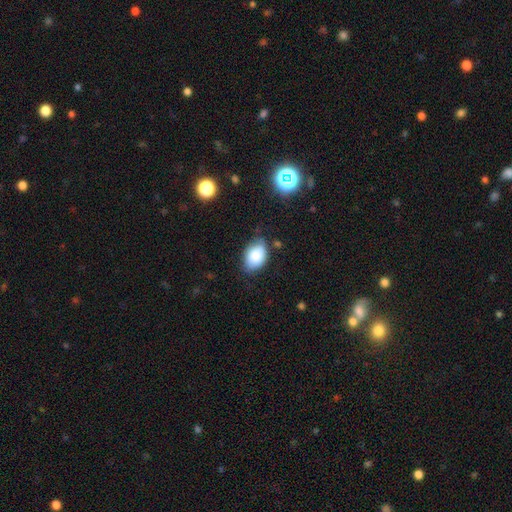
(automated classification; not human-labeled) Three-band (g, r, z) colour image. It shows a smooth galaxy with no disk features (84%) that is in between round and cigar-shaped (86%). Merging: none (70%).